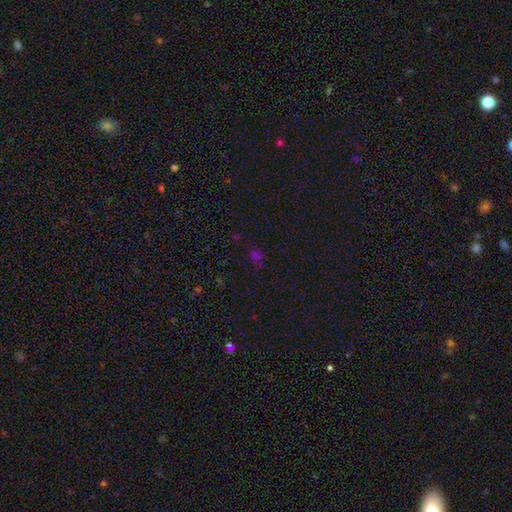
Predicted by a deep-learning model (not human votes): smooth 56%, star or artifact 37%, featured or disk 7%. Down the decision tree: how rounded — round (75%); merging — none (72%).